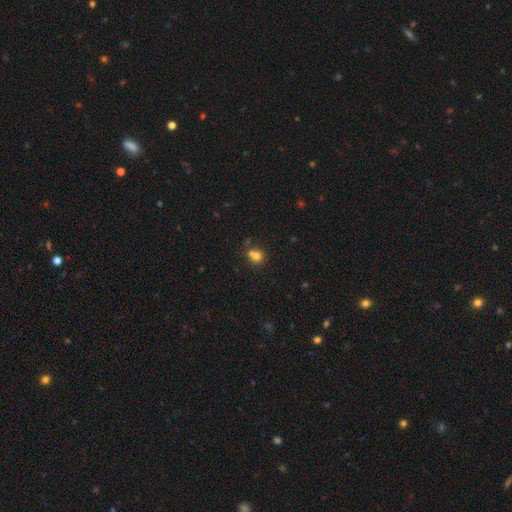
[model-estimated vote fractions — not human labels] Smooth or featured? Predicted: smooth (p=0.76). How rounded? Predicted: round (p=0.76). Merging? Predicted: none (p=0.47).